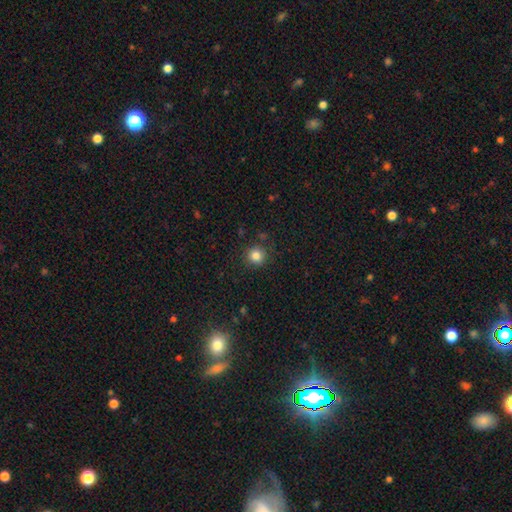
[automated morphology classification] This is clearly a smooth galaxy (83%). How rounded: clearly round (92%). Merging: clearly none (88%).